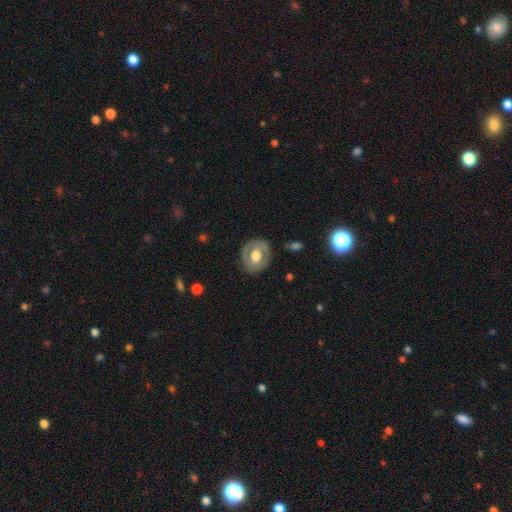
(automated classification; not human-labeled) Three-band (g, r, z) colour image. It shows a featured or disk galaxy (56%) with no bar (57%), no spiral arms (67%) and a moderate central bulge (54%). Merging: none (78%).